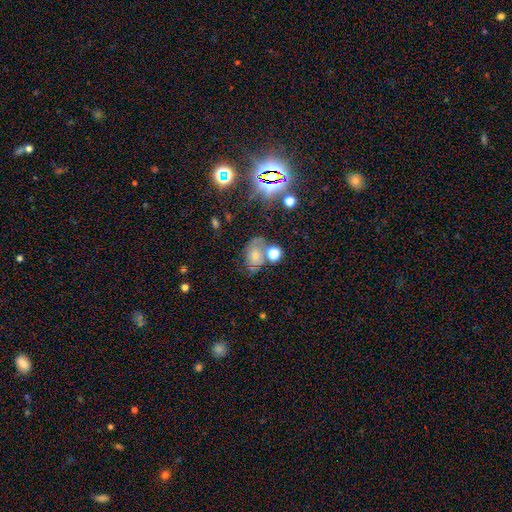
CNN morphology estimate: Q: Smooth or featured?
A: smooth (53%); runner-up: featured or disk (26%)
Q: How rounded?
A: in between (70%); runner-up: round (29%)
Q: Merging?
A: none (45%); runner-up: minor disturbance (22%)